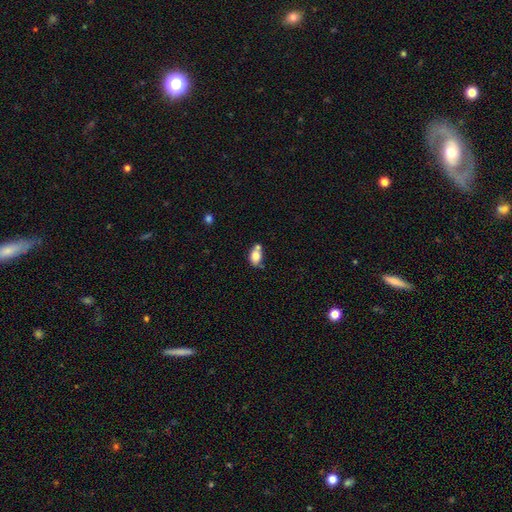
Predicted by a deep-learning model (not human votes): Smooth or featured?
  - smooth: 77% *
  - featured or disk: 14%
  - star or artifact: 9%
How rounded?
  - in between: 77% *
  - round: 21%
  - cigar-shaped: 2%
Merging?
  - none: 43% *
  - merger: 32%
  - minor disturbance: 19%
  - major disturbance: 6%